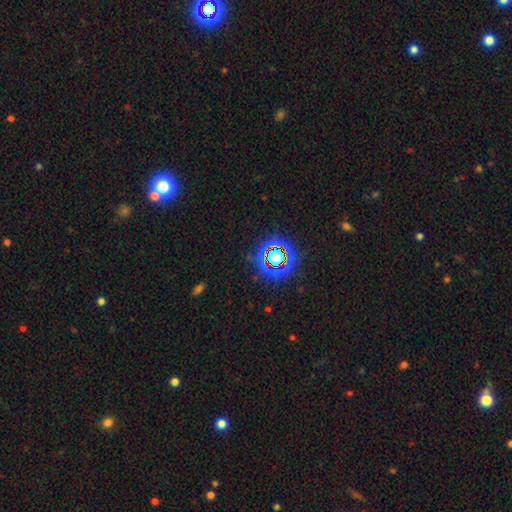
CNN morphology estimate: This is likely a star or artifact rather than a galaxy (76%).